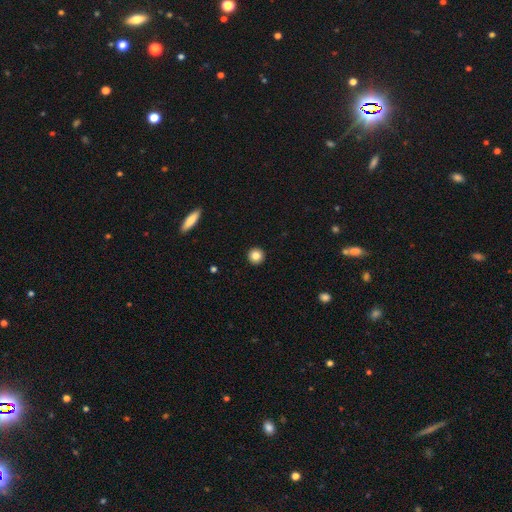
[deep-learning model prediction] Overall: smooth (84%). How rounded: round (96%). Merging: none (94%).